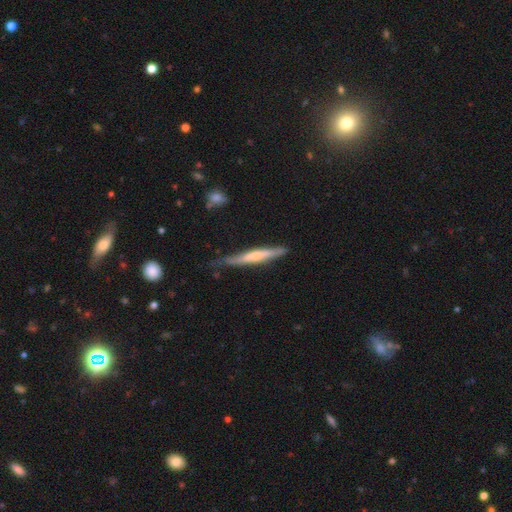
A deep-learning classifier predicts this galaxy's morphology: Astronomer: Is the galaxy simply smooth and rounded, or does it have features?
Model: featured or disk — 49% (runner-up: smooth, 45%).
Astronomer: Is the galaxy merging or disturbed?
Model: none — 66%.